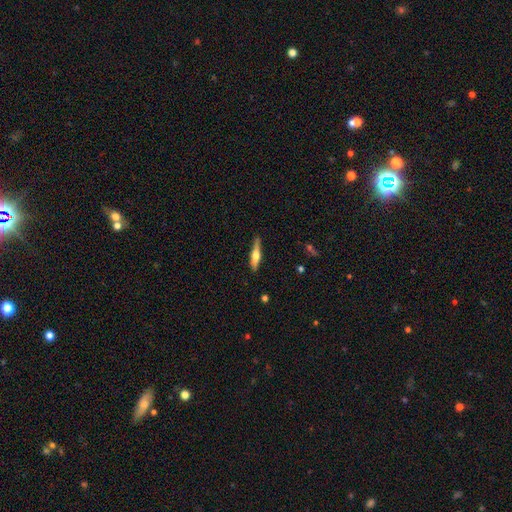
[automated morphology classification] A featured or disk galaxy (51%) viewed edge-on (95%). Merging: none (86%).